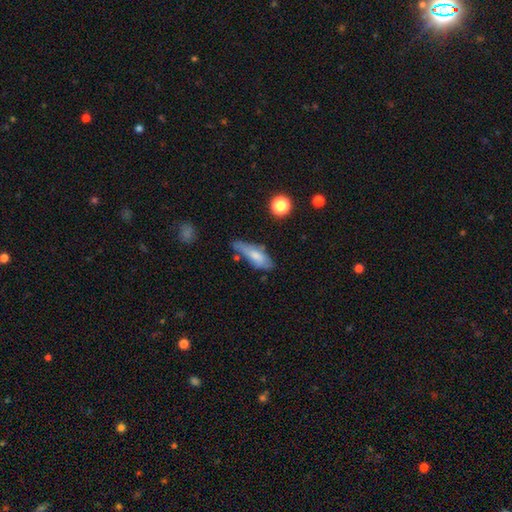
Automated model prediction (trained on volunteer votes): This is likely a smooth galaxy (68%). How rounded: likely in between (61%). Merging: possibly none (46%).